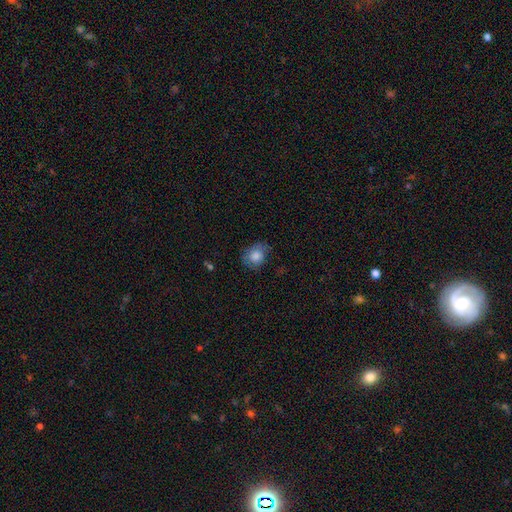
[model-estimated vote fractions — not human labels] A smooth galaxy with no disk features (78%) that is round (61%).

Vote fractions:
- Smooth or featured? smooth: 78% / featured or disk: 13% / star or artifact: 9%
- How rounded? round: 61% / in between: 38% / cigar-shaped: 1%
- Merging? none: 62% / minor disturbance: 27% / major disturbance: 9% / merger: 2%